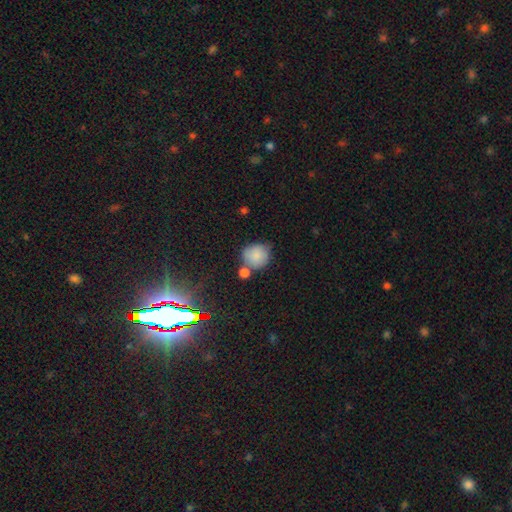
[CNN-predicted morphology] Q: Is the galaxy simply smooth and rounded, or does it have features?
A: smooth — 82%.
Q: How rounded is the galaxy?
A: round — 84%.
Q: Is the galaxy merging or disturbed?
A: none — 56%.